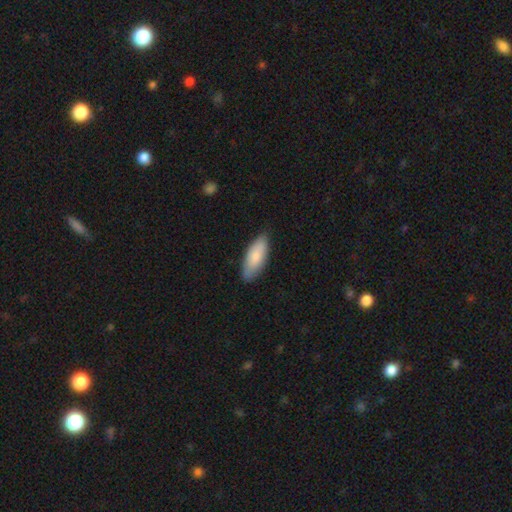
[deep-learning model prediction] Smooth or featured?
  - smooth: 81% *
  - featured or disk: 14%
  - star or artifact: 5%
How rounded?
  - in between: 80% *
  - cigar-shaped: 18%
  - round: 2%
Merging?
  - none: 81% *
  - minor disturbance: 16%
  - major disturbance: 2%
  - merger: 1%